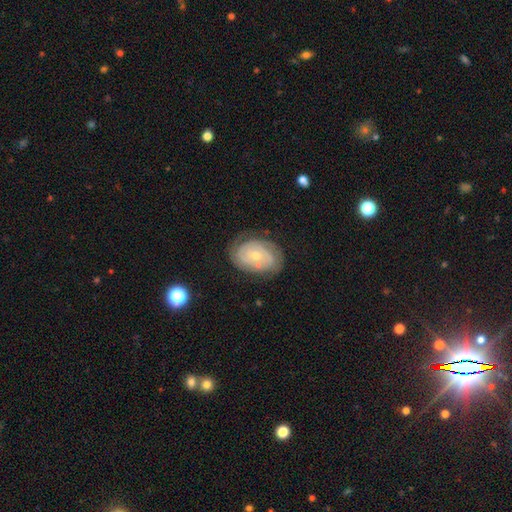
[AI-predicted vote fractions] Smooth or featured? featured or disk (73%)
Edge-on disk? no (97%)
Bar? no (79%)
Spiral arms? yes (86%)
Spiral winding? tight (74%)
Spiral arm count? can't tell (43%)
Bulge size? small (65%)
Merging? none (72%)